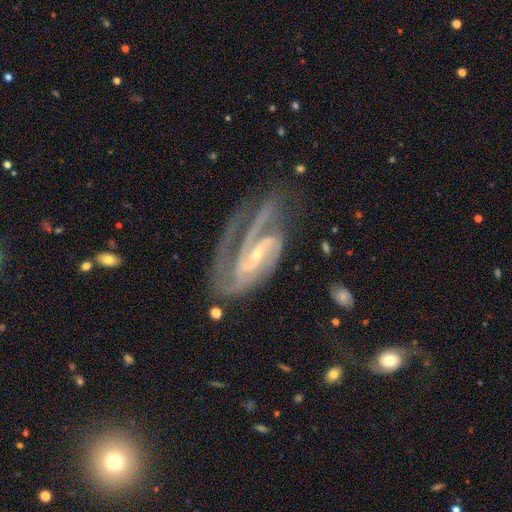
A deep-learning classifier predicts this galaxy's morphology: Smooth or featured: featured or disk — 90% (star or artifact — 6%)
Edge-on disk: no — 96% (yes — 4%)
Bar: weak — 39% (strong — 38%)
Spiral arms: yes — 98% (no — 2%)
Spiral winding: medium — 47% (tight — 42%)
Spiral arm count: 2 — 54% (3 — 20%)
Bulge size: small — 76% (moderate — 19%)
Merging: none — 55% (minor disturbance — 22%)